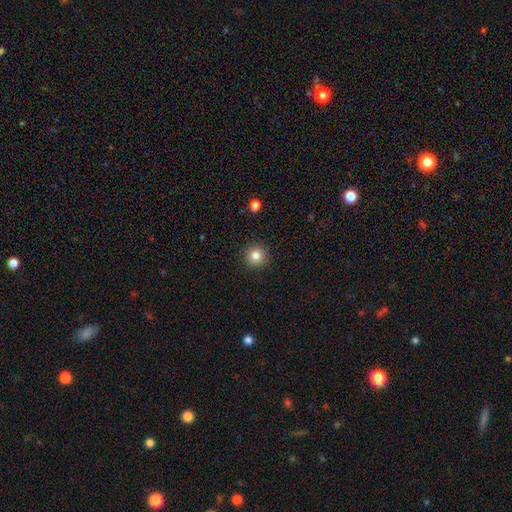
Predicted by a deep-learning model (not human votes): A smooth galaxy with no disk features (82%) that is round (95%).

Vote fractions:
- Smooth or featured? smooth: 82% / star or artifact: 11% / featured or disk: 7%
- How rounded? round: 95% / in between: 4% / cigar-shaped: 1%
- Merging? none: 92% / minor disturbance: 5% / major disturbance: 2% / merger: 1%